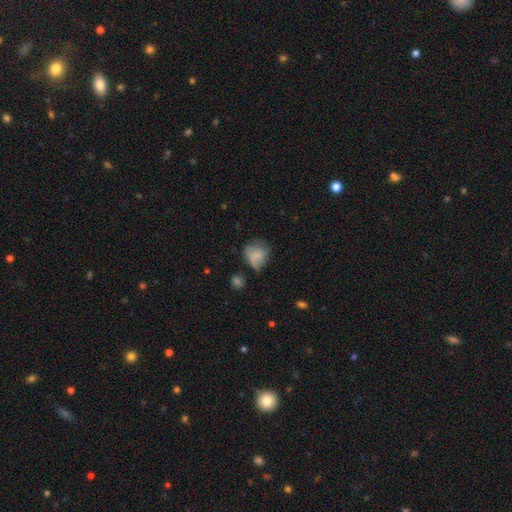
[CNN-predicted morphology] A smooth galaxy with no disk features (76%) that is round (59%). Merging: none (42%).